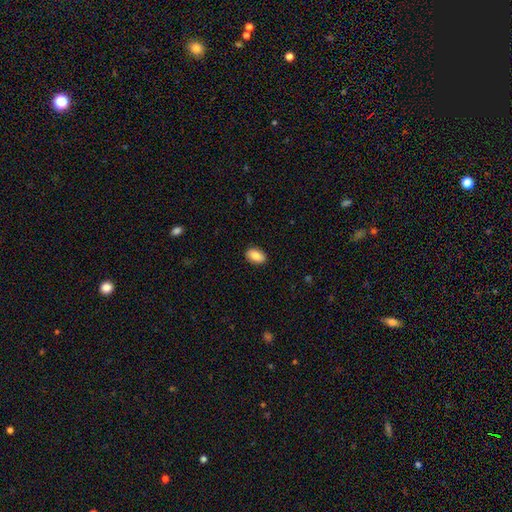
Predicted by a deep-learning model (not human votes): Smooth or featured? smooth (86%)
How rounded? in between (91%)
Merging? none (89%)